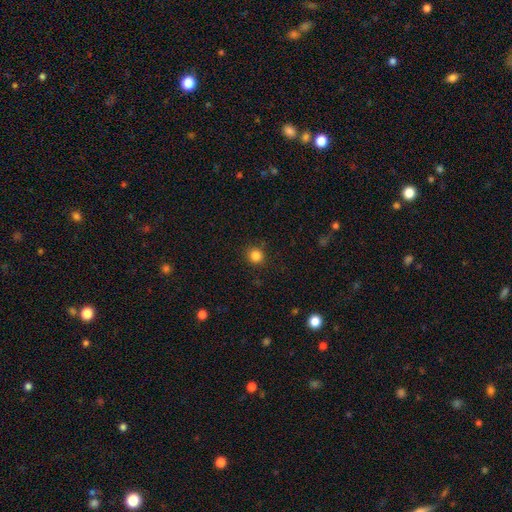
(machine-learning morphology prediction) Q: Smooth or featured?
A: smooth (84%); runner-up: star or artifact (12%)
Q: How rounded?
A: round (91%); runner-up: in between (8%)
Q: Merging?
A: none (89%); runner-up: minor disturbance (7%)